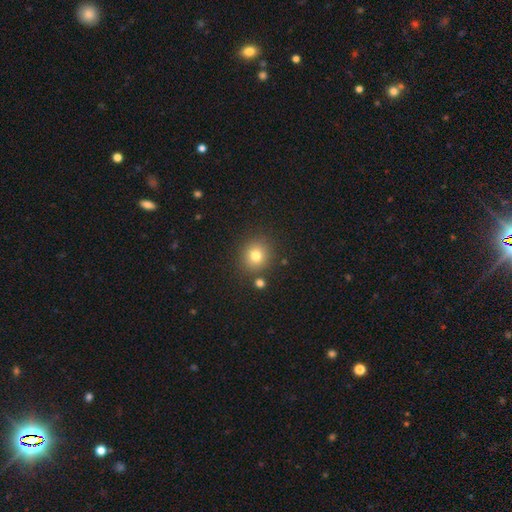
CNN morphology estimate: Smooth or featured? Predicted: smooth (p=0.78). How rounded? Predicted: round (p=0.87). Merging? Predicted: none (p=0.84).